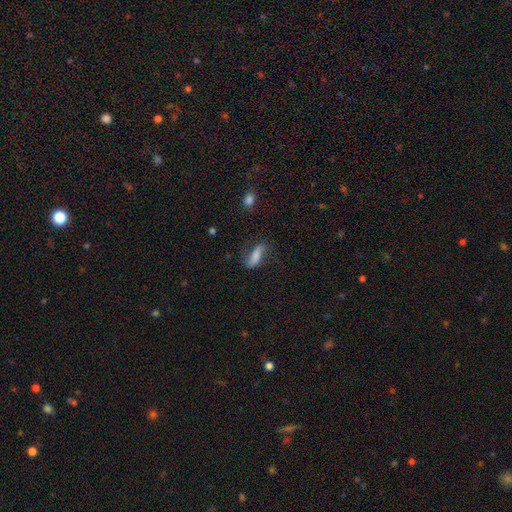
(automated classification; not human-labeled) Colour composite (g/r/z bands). It shows a smooth galaxy with no disk features (61%) that is in between round and cigar-shaped (57%). Merging: none (58%).